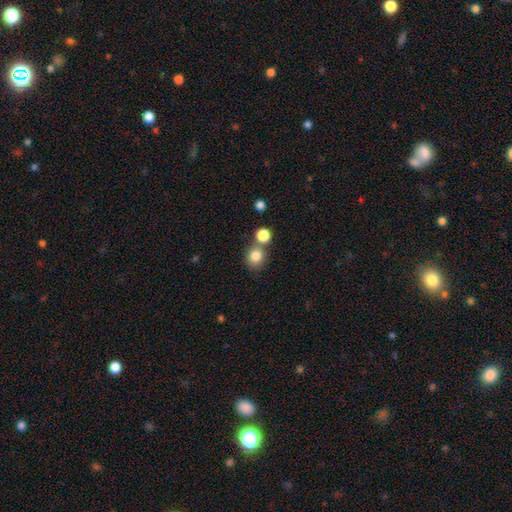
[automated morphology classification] Q: Smooth or featured?
A: smooth (82%); runner-up: star or artifact (12%)
Q: How rounded?
A: round (87%); runner-up: in between (12%)
Q: Merging?
A: none (65%); runner-up: merger (24%)